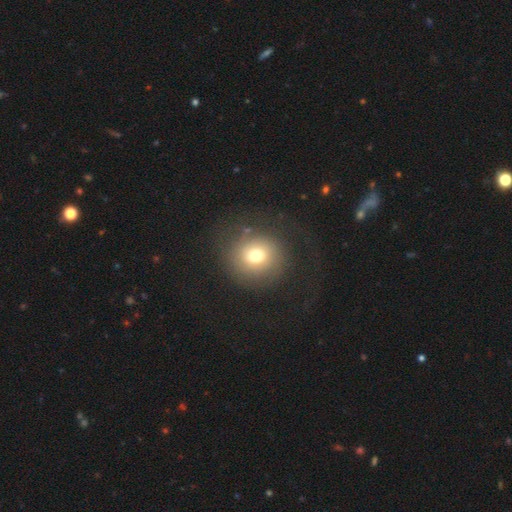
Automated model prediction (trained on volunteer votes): Overall: smooth (68%). How rounded: round (87%). Merging: none (75%).